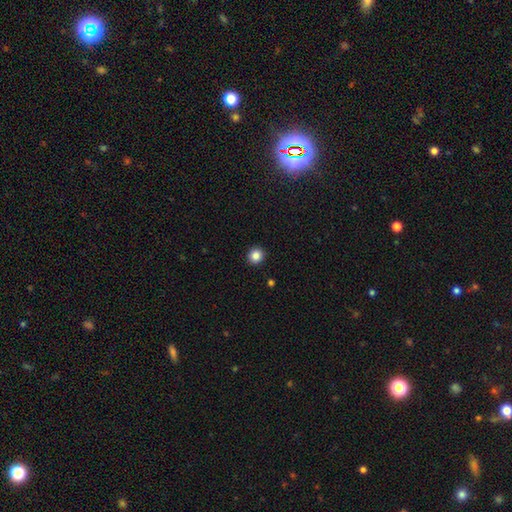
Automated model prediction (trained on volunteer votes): smooth_or_featured: smooth (p=0.84) [alt: star or artifact p=0.11]
how_rounded: round (p=0.93) [alt: in between p=0.06]
merging: none (p=0.93) [alt: minor disturbance p=0.04]